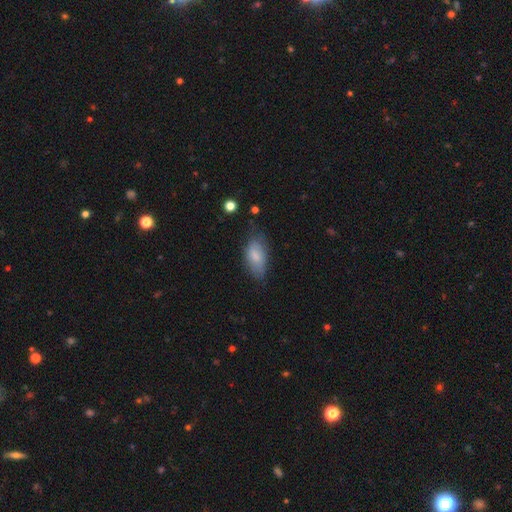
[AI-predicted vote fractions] Overall: smooth (75%). How rounded: in between (90%). Merging: none (54%; minor disturbance 33%).